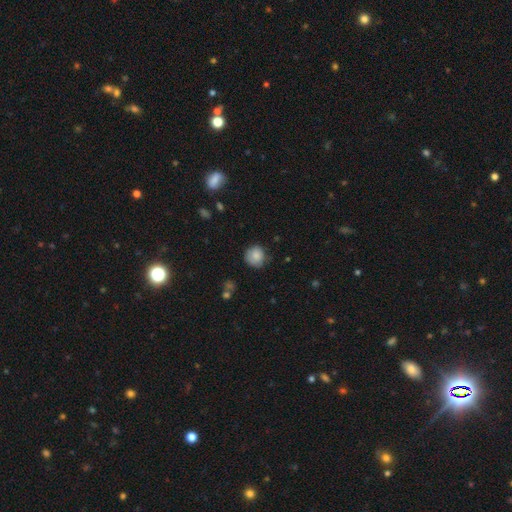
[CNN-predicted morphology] This is clearly a smooth galaxy (84%). How rounded: clearly round (89%). Merging: likely none (75%).